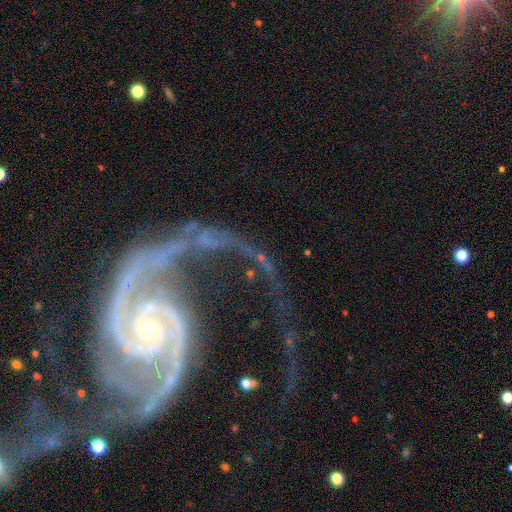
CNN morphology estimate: Smooth or featured: featured or disk — 93% (star or artifact — 4%)
Edge-on disk: no — 98% (yes — 2%)
Bar: no — 56% (weak — 27%)
Spiral arms: yes — 98% (no — 2%)
Spiral winding: medium — 50% (tight — 30%)
Spiral arm count: 2 — 82% (3 — 5%)
Bulge size: small — 78% (moderate — 18%)
Merging: none — 41% (major disturbance — 34%)